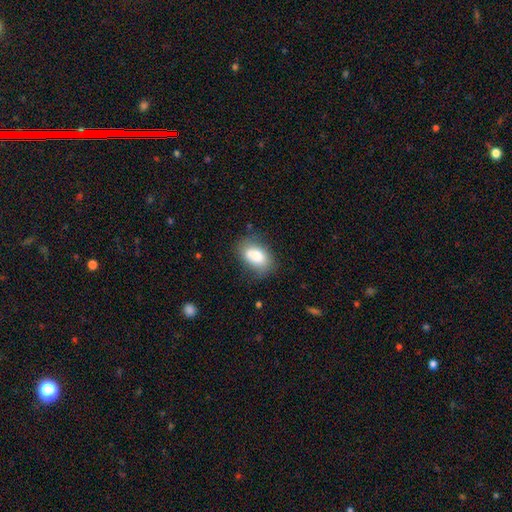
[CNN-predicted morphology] Q: Smooth or featured?
A: smooth (78%); runner-up: featured or disk (14%)
Q: How rounded?
A: in between (87%); runner-up: round (12%)
Q: Merging?
A: none (58%); runner-up: minor disturbance (22%)